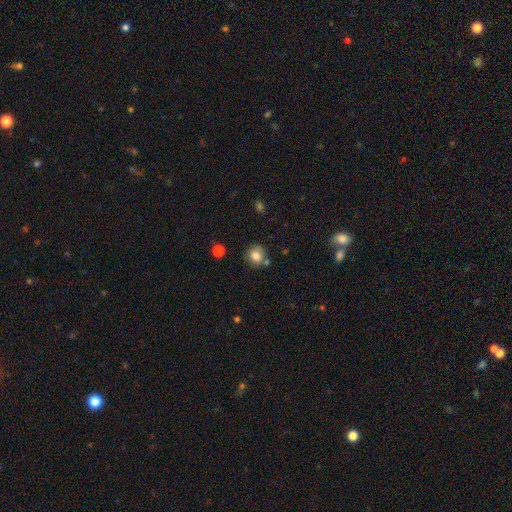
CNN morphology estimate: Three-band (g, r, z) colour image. It shows a smooth galaxy with no disk features (81%) that is round (87%). Merging: none (75%).